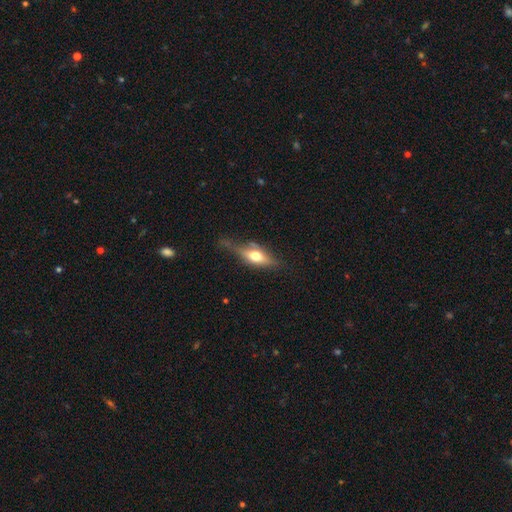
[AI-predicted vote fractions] Overall: featured or disk (50%; smooth 43%). Merging: none (58%; minor disturbance 26%).